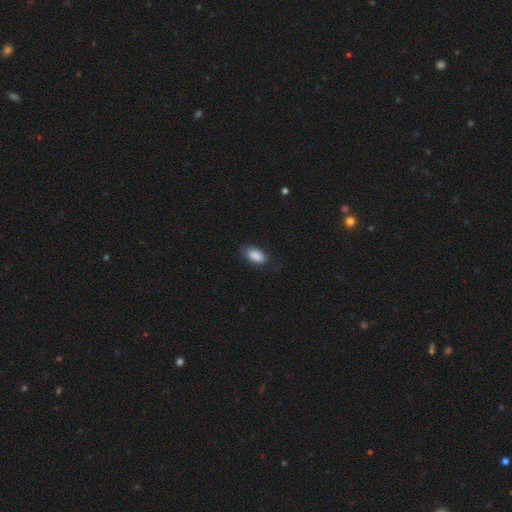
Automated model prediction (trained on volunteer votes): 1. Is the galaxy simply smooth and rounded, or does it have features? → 88% smooth, 7% star or artifact, 6% featured or disk.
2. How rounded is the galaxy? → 93% in between, 4% round, 3% cigar-shaped.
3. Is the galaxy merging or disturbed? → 73% none, 20% minor disturbance, 6% major disturbance, 1% merger.